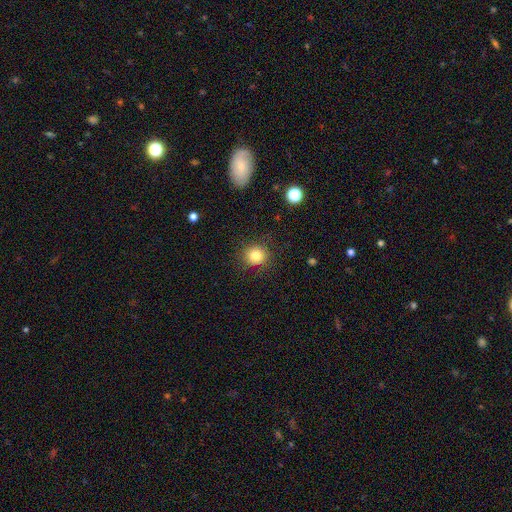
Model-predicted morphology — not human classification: smooth-or-featured: smooth: 83% | star or artifact: 11% | featured or disk: 6%
  how-rounded: round: 87% | in between: 12% | cigar-shaped: 1%
  merging: none: 86% | minor disturbance: 9% | major disturbance: 3% | merger: 1%